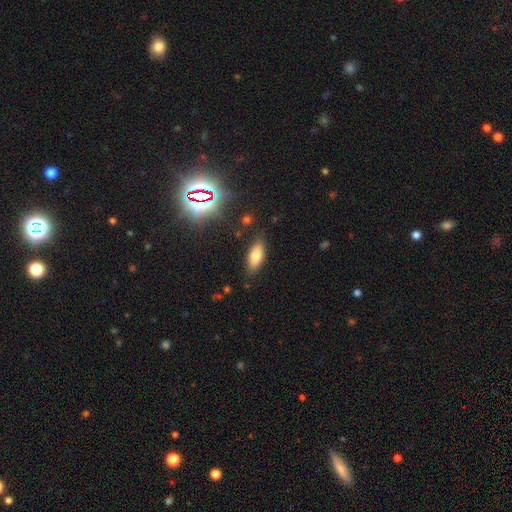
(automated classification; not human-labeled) smooth_or_featured: smooth (p=0.76) [alt: featured or disk p=0.14]
how_rounded: in between (p=0.81) [alt: cigar-shaped p=0.16]
merging: none (p=0.82) [alt: minor disturbance p=0.13]